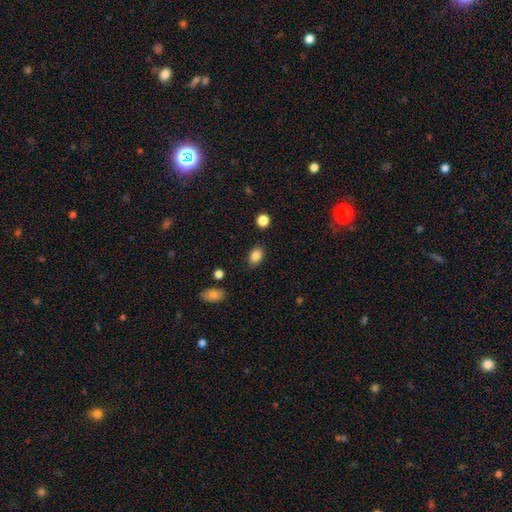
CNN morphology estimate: Q: Smooth or featured?
A: smooth (85%); runner-up: star or artifact (9%)
Q: How rounded?
A: in between (80%); runner-up: round (18%)
Q: Merging?
A: none (86%); runner-up: minor disturbance (10%)